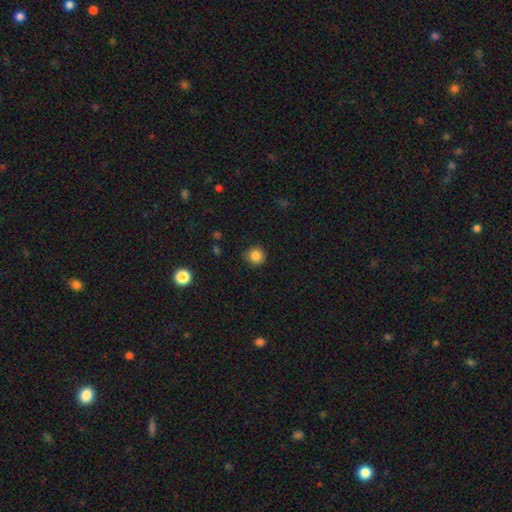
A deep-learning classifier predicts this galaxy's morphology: Smooth or featured? Predicted: smooth (p=0.85). How rounded? Predicted: round (p=0.92). Merging? Predicted: none (p=0.86).